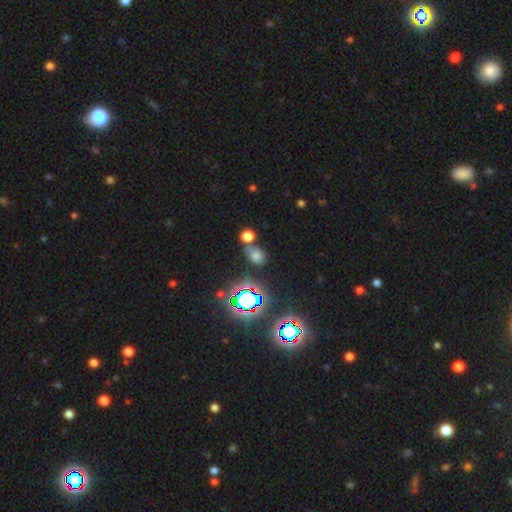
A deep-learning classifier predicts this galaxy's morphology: A smooth galaxy with no disk features (54%) that is in between round and cigar-shaped (62%).

Vote fractions:
- Smooth or featured? smooth: 54% / star or artifact: 37% / featured or disk: 9%
- How rounded? in between: 62% / round: 35% / cigar-shaped: 2%
- Merging? none: 61% / merger: 22% / minor disturbance: 12% / major disturbance: 5%